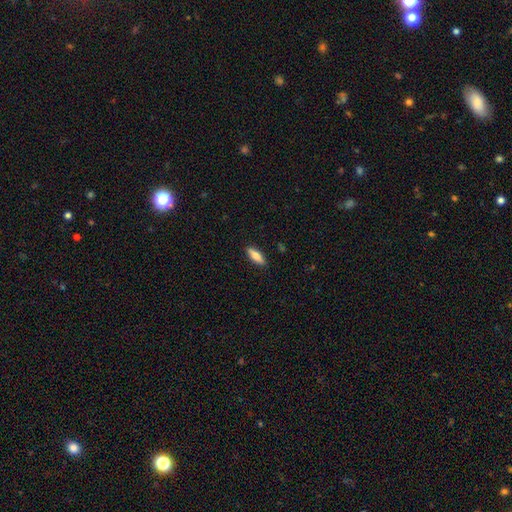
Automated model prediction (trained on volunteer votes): Q: Smooth or featured?
A: smooth (76%); runner-up: featured or disk (19%)
Q: How rounded?
A: in between (59%); runner-up: cigar-shaped (39%)
Q: Merging?
A: none (89%); runner-up: minor disturbance (8%)